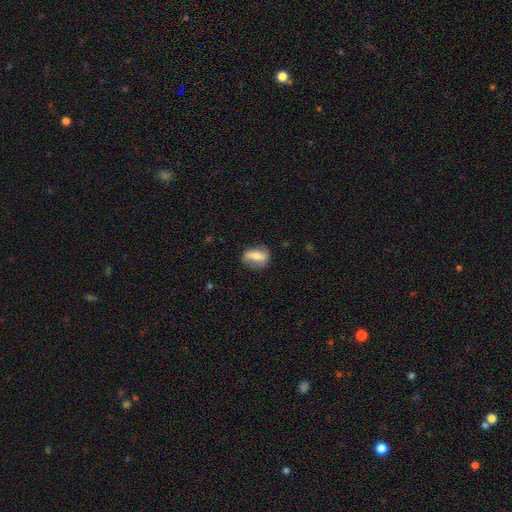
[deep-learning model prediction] Smooth or featured: smooth — 53% (featured or disk — 39%)
How rounded: in between — 71% (round — 21%)
Merging: none — 74% (minor disturbance — 19%)